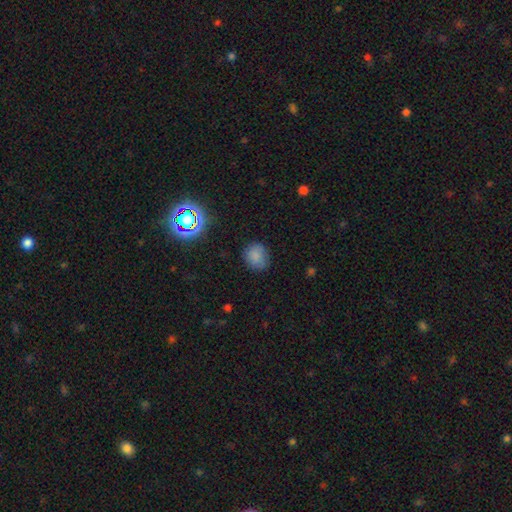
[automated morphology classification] Smooth or featured: smooth — 79% (star or artifact — 15%)
How rounded: round — 72% (in between — 27%)
Merging: none — 77% (minor disturbance — 17%)